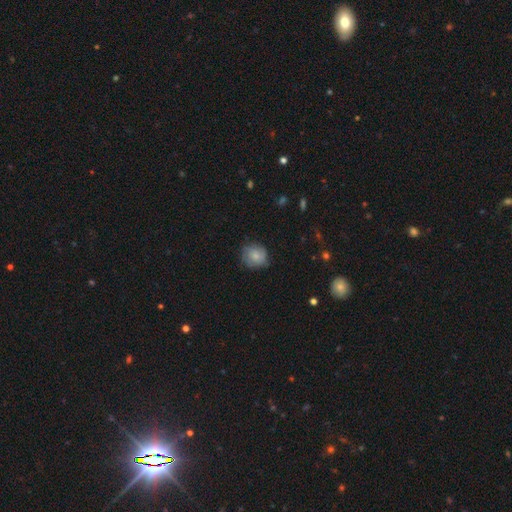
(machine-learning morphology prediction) Overall: smooth (75%). How rounded: round (84%). Merging: none (70%).